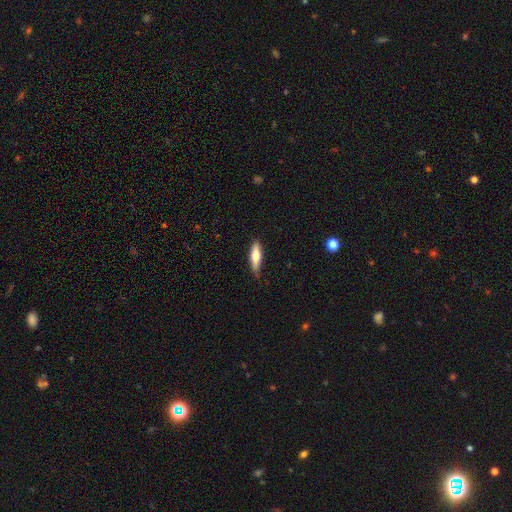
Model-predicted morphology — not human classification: This appears to be a smooth galaxy with no disk features (60%) that is cigar-shaped (63%). Merging: none (80%).